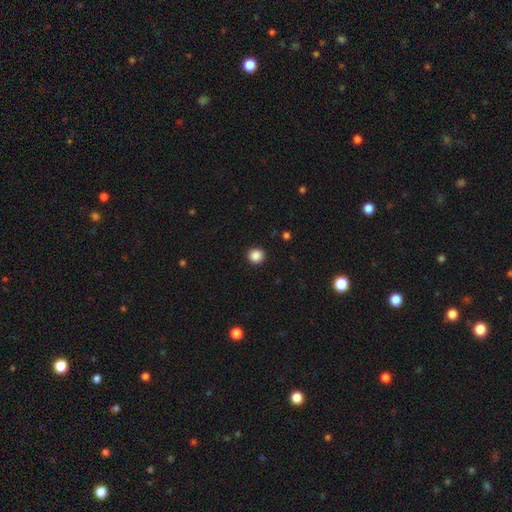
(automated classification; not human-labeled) This appears to be a smooth galaxy with no disk features (87%) that is round (91%). Merging: none (92%).